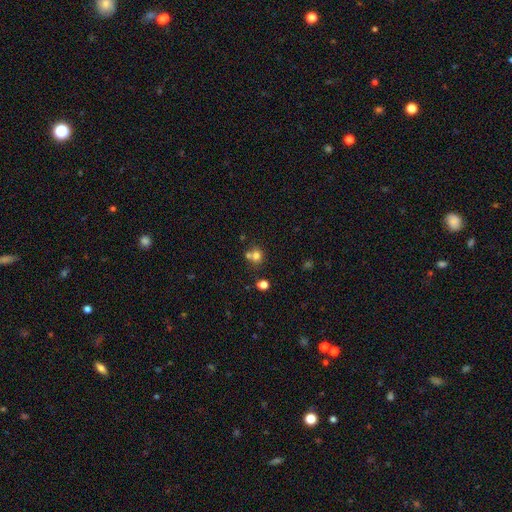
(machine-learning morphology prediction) smooth 74%, star or artifact 15%, featured or disk 11%. Down the decision tree: how rounded — round (82%); merging — none (48%).